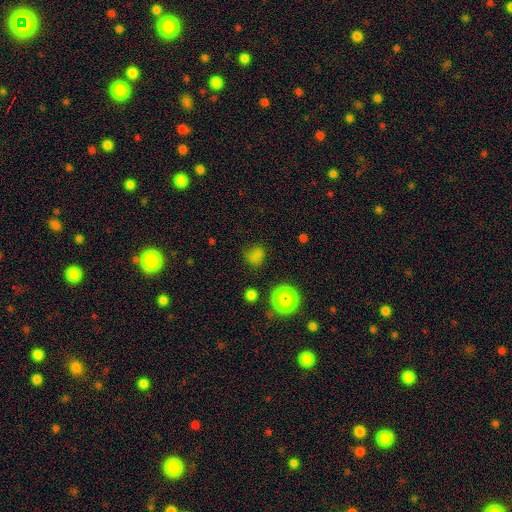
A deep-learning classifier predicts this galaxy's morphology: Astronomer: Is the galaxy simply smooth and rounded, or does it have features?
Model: smooth — 64%.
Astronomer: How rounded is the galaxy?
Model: round — 70%.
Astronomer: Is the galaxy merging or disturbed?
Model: none — 64%.